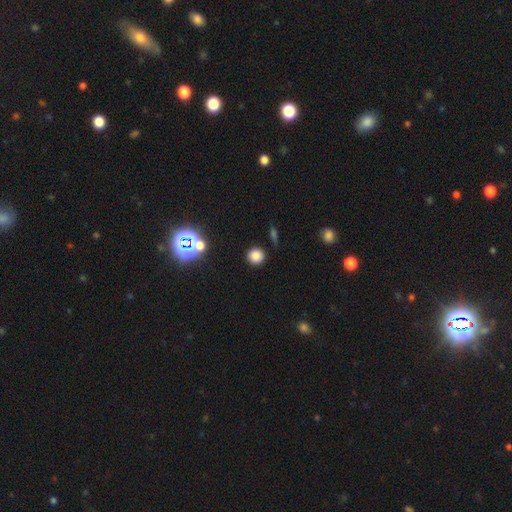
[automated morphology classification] A smooth galaxy with no disk features (77%) that is round (92%). Merging: none (88%).